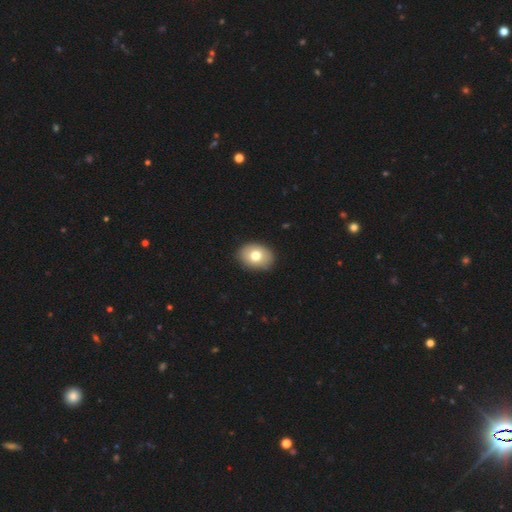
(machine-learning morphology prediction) This appears to be a smooth galaxy with no disk features (75%) that is in between round and cigar-shaped (70%). Merging: none (88%).